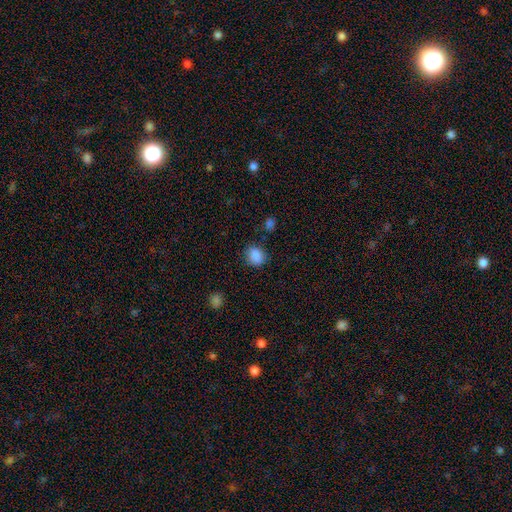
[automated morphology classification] This appears to be a smooth galaxy with no disk features (86%) that is round (56%). Merging: none (78%).